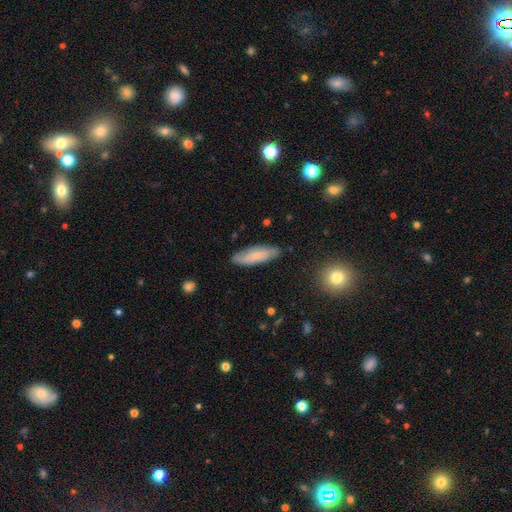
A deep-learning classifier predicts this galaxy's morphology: smooth-or-featured: smooth: 61% | featured or disk: 32% | star or artifact: 7%
  how-rounded: in between: 56% | cigar-shaped: 42% | round: 2%
  merging: none: 80% | minor disturbance: 16% | major disturbance: 3% | merger: 2%